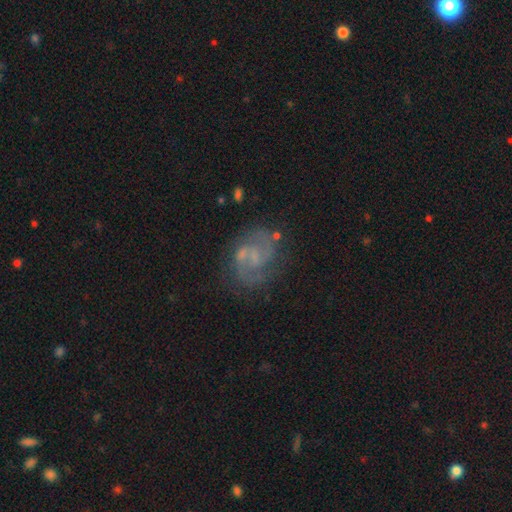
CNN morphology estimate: smooth_or_featured: featured or disk (p=0.80) [alt: smooth p=0.12]
disk_edge_on: no (p=0.98) [alt: yes p=0.02]
bar: no (p=0.46) [alt: weak p=0.45]
has_spiral_arms: yes (p=0.92) [alt: no p=0.08]
spiral_winding: medium (p=0.53) [alt: tight p=0.25]
spiral_arm_count: 2 (p=0.82) [alt: can't tell p=0.09]
bulge_size: small (p=0.44) [alt: none p=0.38]
merging: none (p=0.68) [alt: minor disturbance p=0.17]